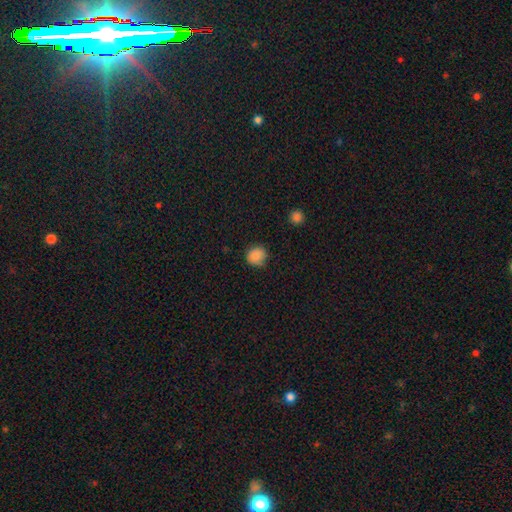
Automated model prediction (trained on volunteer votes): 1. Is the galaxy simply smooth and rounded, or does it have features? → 86% smooth, 10% star or artifact, 4% featured or disk.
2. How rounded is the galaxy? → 87% round, 13% in between, 1% cigar-shaped.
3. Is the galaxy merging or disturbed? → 82% none, 14% minor disturbance, 3% major disturbance, 1% merger.